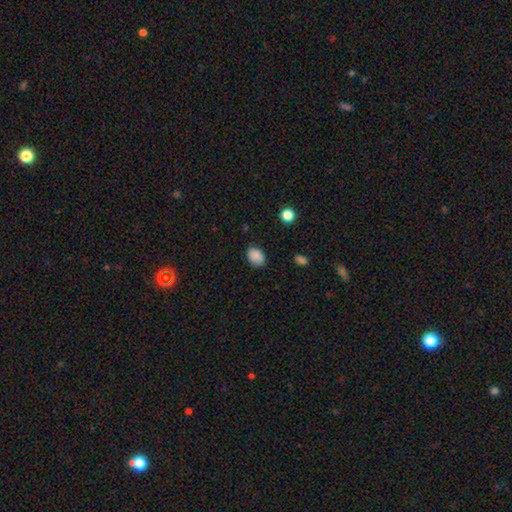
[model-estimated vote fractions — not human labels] smooth 87%, star or artifact 9%, featured or disk 4%. Down the decision tree: how rounded — in between (67%); merging — none (78%).